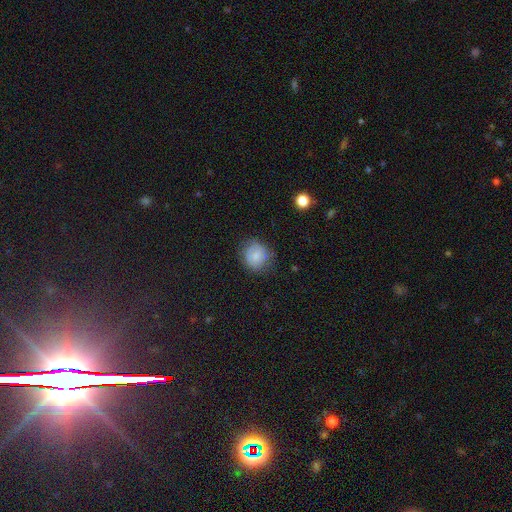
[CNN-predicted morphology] Smooth or featured: smooth — 75% (featured or disk — 15%)
How rounded: round — 82% (in between — 17%)
Merging: none — 71% (minor disturbance — 21%)